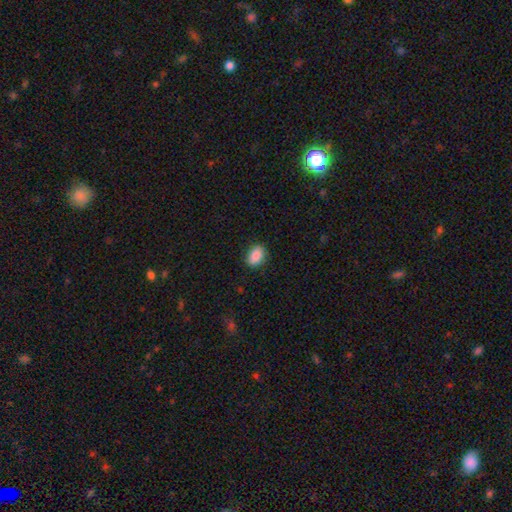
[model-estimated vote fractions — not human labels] A smooth galaxy with no disk features (88%) that is in between round and cigar-shaped (77%).

Vote fractions:
- Smooth or featured? smooth: 88% / star or artifact: 7% / featured or disk: 5%
- How rounded? in between: 77% / round: 21% / cigar-shaped: 1%
- Merging? none: 87% / minor disturbance: 10% / major disturbance: 2% / merger: 1%